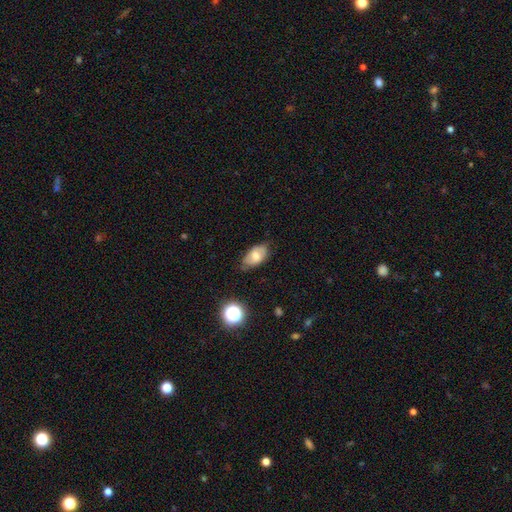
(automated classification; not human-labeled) Morphology: type=smooth (64%); roundness=in between (91%); merging=none (69%).